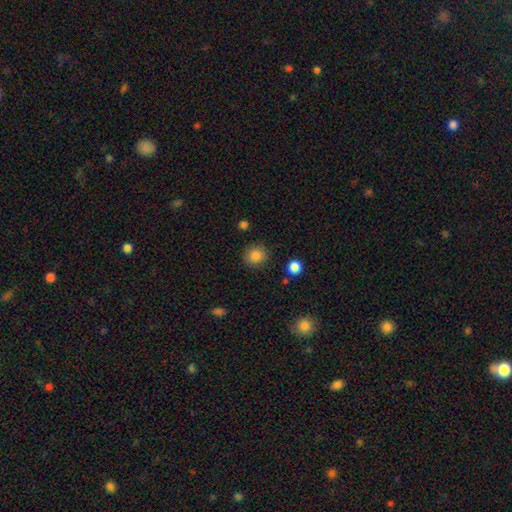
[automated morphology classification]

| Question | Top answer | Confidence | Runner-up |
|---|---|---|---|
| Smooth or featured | smooth | 86% | star or artifact (10%) |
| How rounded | round | 88% | in between (11%) |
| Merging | none | 88% | minor disturbance (8%) |